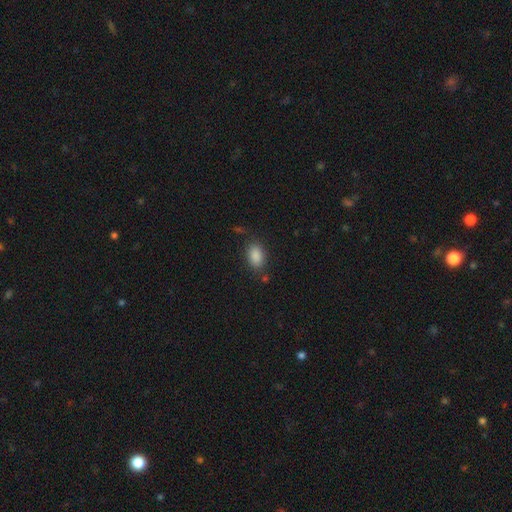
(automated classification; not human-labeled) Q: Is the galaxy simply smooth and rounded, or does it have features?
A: smooth — 88%.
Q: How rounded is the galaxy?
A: in between — 87%.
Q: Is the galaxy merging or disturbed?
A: none — 80%.